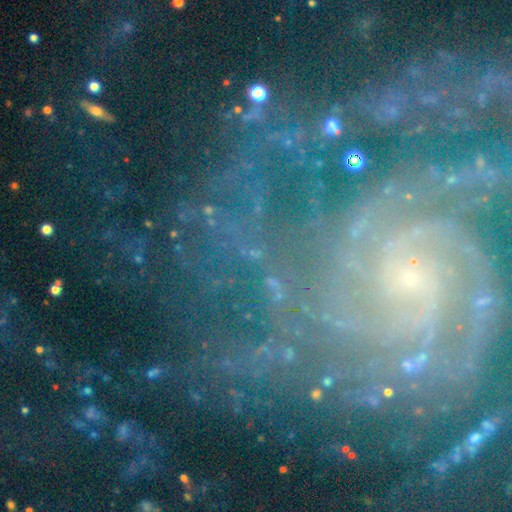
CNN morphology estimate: The model was most divided on "spiral arm count": can't tell: 25%, more than 4: 18%, 3: 16%, 4: 15%, 2: 15%, 1: 11%. More confident: edge-on disk — no (97%); spiral arms — yes (95%); bulge size — small (78%); smooth or featured — featured or disk (71%); merging — none (67%); spiral winding — tight (65%); bar — no (58%).